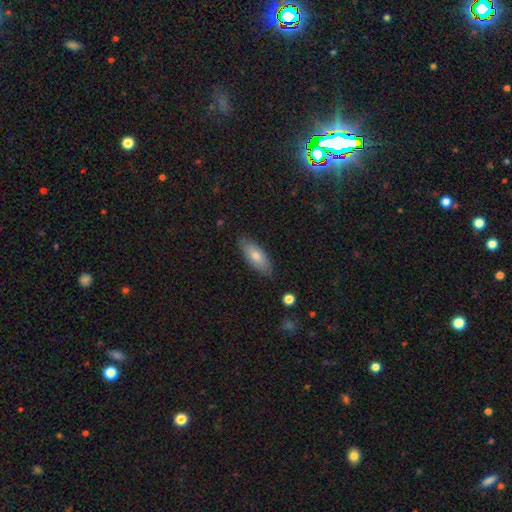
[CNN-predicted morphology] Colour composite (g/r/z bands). It shows a smooth galaxy with no disk features (72%) that is in between round and cigar-shaped (74%). Merging: none (85%).